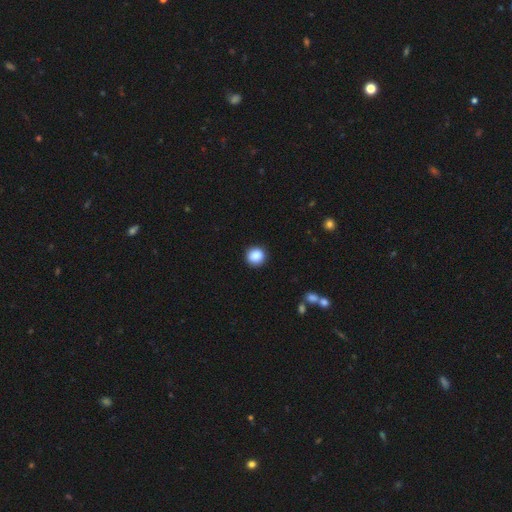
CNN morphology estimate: A smooth galaxy with no disk features (88%) that is round (90%).

Vote fractions:
- Smooth or featured? smooth: 88% / star or artifact: 9% / featured or disk: 3%
- How rounded? round: 90% / in between: 10% / cigar-shaped: 1%
- Merging? none: 90% / minor disturbance: 7% / major disturbance: 2% / merger: 1%